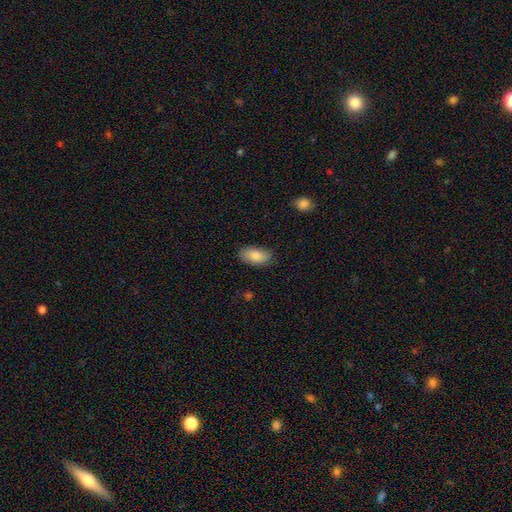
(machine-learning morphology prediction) Smooth or featured? smooth (86%)
How rounded? in between (93%)
Merging? none (83%)